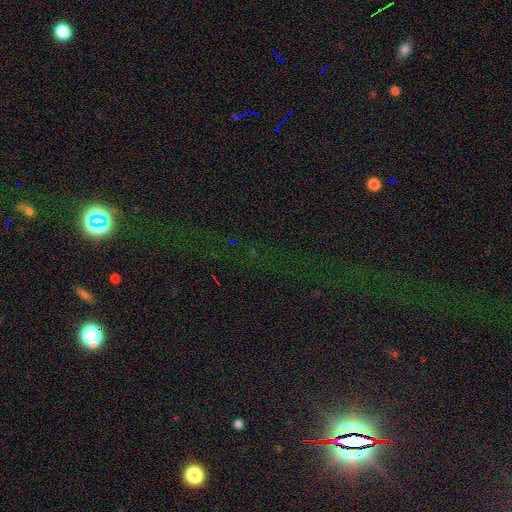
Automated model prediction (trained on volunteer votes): Overall: star or artifact (80%).